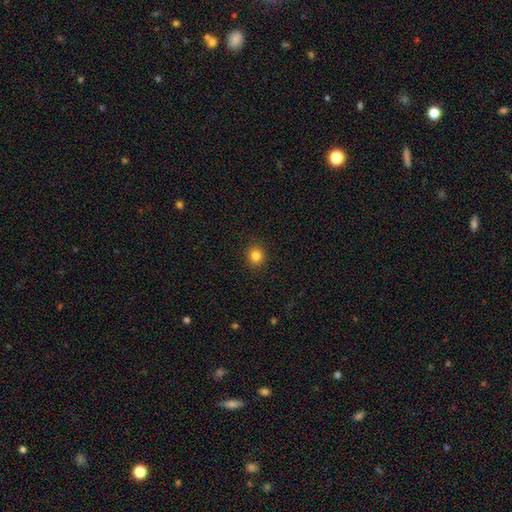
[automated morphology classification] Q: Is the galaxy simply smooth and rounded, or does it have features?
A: smooth — 83%.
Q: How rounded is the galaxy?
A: round — 85%.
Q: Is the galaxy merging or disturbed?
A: none — 92%.